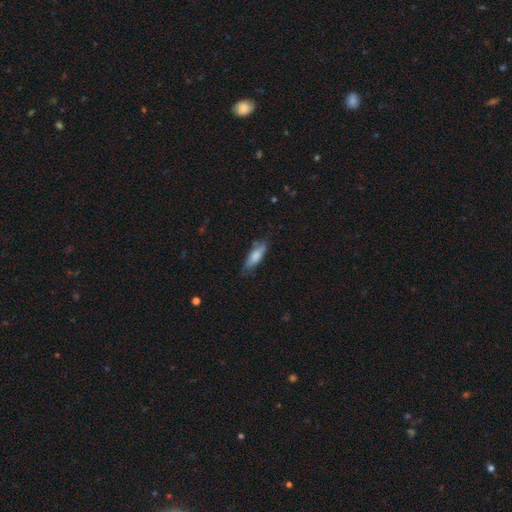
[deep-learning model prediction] A smooth galaxy with no disk features (71%) that is in between round and cigar-shaped (52%).

Vote fractions:
- Smooth or featured? smooth: 71% / featured or disk: 23% / star or artifact: 6%
- How rounded? in between: 52% / cigar-shaped: 46% / round: 2%
- Merging? none: 67% / minor disturbance: 25% / major disturbance: 5% / merger: 2%